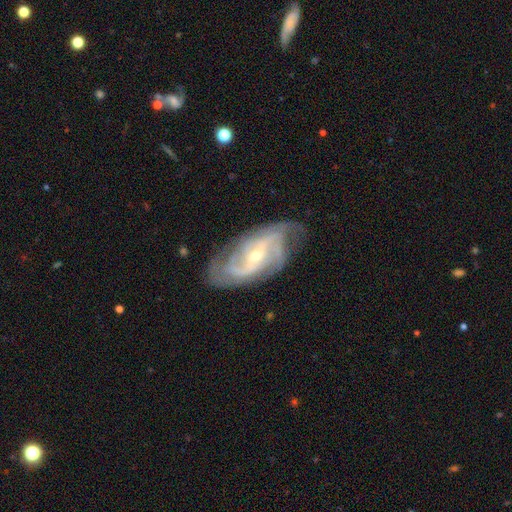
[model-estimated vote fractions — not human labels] The model was most divided on "bar": weak: 42%, no: 35%, strong: 23%. Remaining: spiral arms — yes (97%); edge-on disk — no (95%); smooth or featured — featured or disk (89%); merging — none (71%); bulge size — small (59%); spiral winding — medium (46%); spiral arm count — 2 (38%).